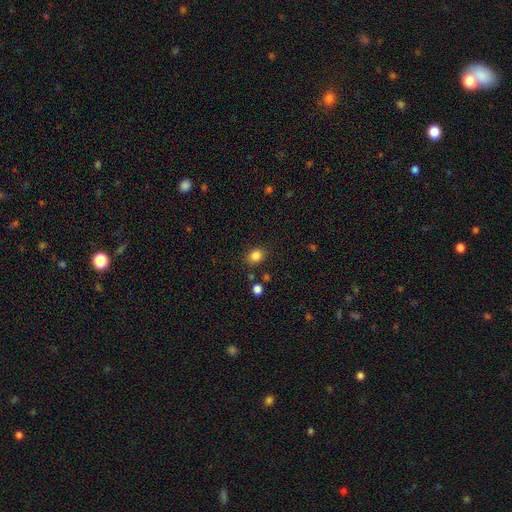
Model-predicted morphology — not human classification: This is clearly a smooth galaxy (84%). How rounded: possibly round (56%). Merging: clearly none (83%).